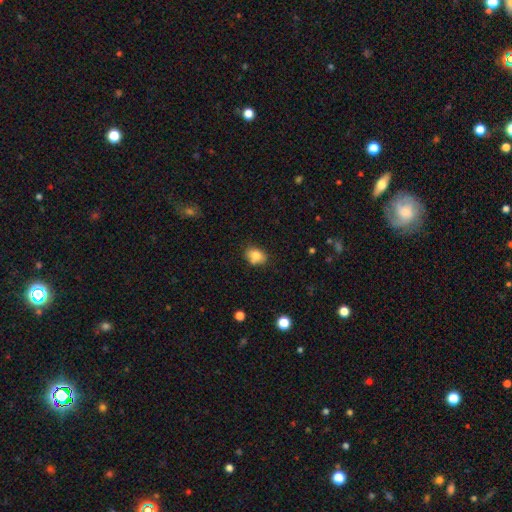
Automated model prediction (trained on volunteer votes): Smooth or featured? Predicted: smooth (p=0.82). How rounded? Predicted: in between (p=0.62). Merging? Predicted: none (p=0.70).